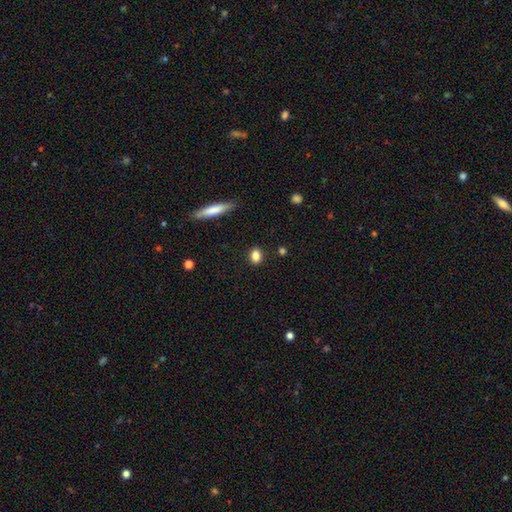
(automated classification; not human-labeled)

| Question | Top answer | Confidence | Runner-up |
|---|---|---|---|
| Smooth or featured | smooth | 83% | star or artifact (9%) |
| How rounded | in between | 69% | round (26%) |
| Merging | none | 87% | minor disturbance (9%) |